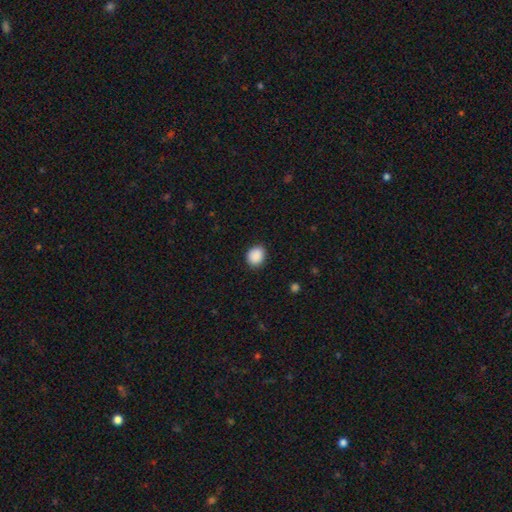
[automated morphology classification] Overall: smooth (89%). How rounded: round (59%; in between 40%). Merging: none (86%).